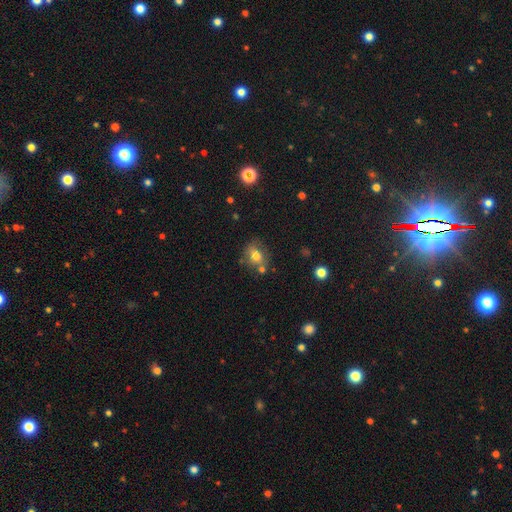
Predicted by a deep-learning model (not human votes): Q: Smooth or featured?
A: smooth (73%); runner-up: featured or disk (15%)
Q: How rounded?
A: round (54%); runner-up: in between (45%)
Q: Merging?
A: none (63%); runner-up: minor disturbance (18%)